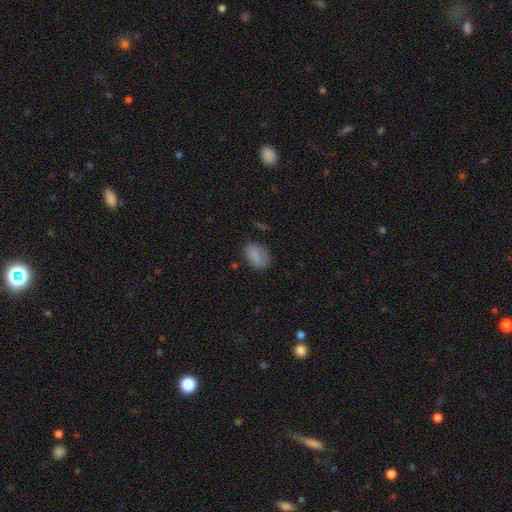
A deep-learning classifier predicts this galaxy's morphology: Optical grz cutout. It shows a smooth galaxy with no disk features (83%) that is in between round and cigar-shaped (75%). Merging: none (72%).